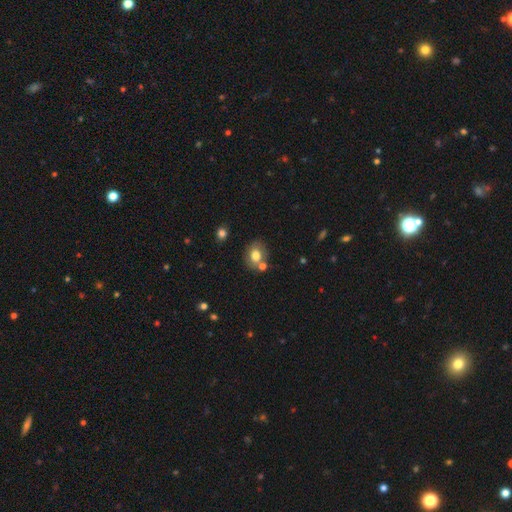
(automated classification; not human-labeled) The model was most divided on "how rounded": in between: 51%, round: 48%, cigar-shaped: 1%. More confident: smooth or featured — smooth (76%); merging — none (65%).